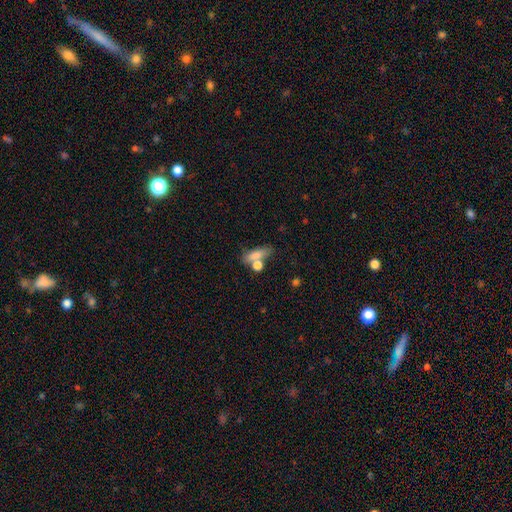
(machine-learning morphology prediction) This is likely a smooth galaxy (74%). How rounded: possibly in between (55%). Merging: possibly none (46%).